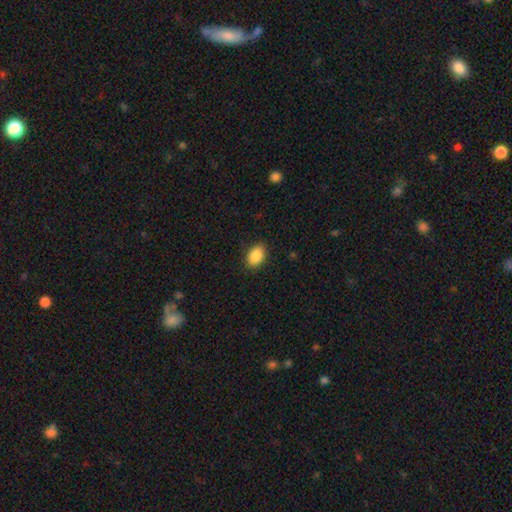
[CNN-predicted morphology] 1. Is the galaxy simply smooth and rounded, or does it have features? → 88% smooth, 7% star or artifact, 5% featured or disk.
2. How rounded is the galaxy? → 85% in between, 14% round, 1% cigar-shaped.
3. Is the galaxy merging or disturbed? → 88% none, 9% minor disturbance, 2% major disturbance, 1% merger.